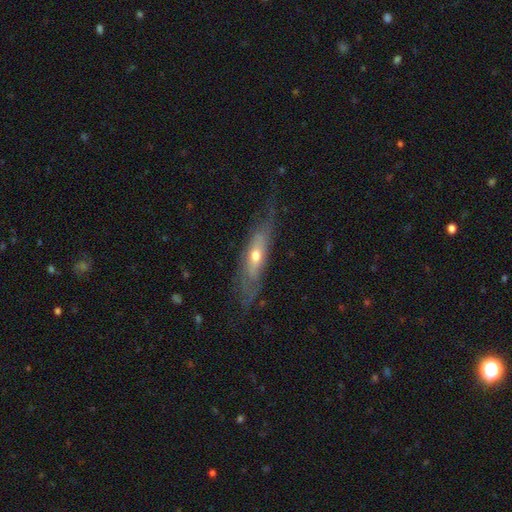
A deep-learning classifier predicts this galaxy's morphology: Smooth or featured?
  - featured or disk: 66% *
  - smooth: 28%
  - star or artifact: 6%
Edge-on disk?
  - no: 57% *
  - yes: 43%
Merging?
  - none: 63% *
  - minor disturbance: 22%
  - major disturbance: 13%
  - merger: 2%